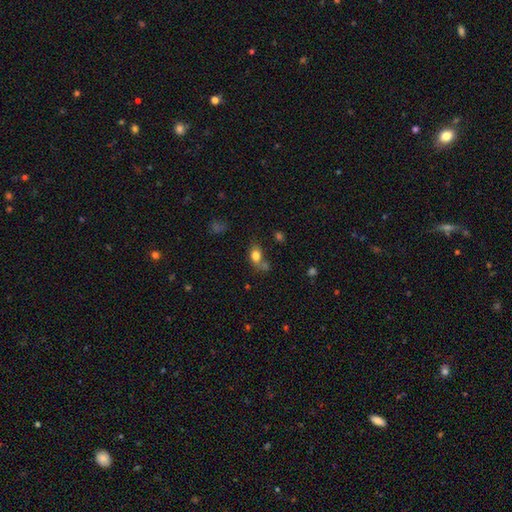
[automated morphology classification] Smooth or featured? smooth (80%)
How rounded? in between (70%)
Merging? none (52%)